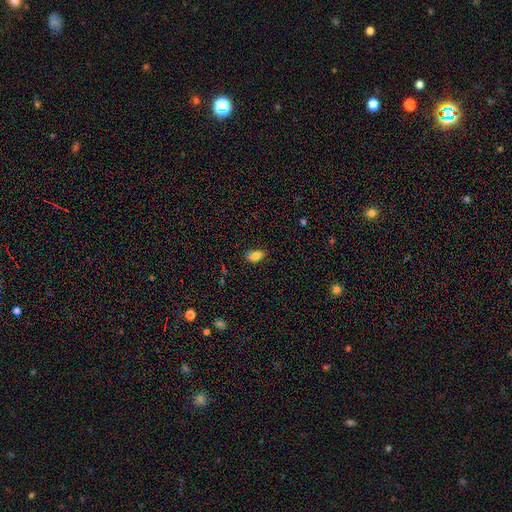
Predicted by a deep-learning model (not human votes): The model was most divided on "merging": none: 70%, minor disturbance: 24%, major disturbance: 5%, merger: 2%. More confident: how rounded — in between (88%); smooth or featured — smooth (85%).